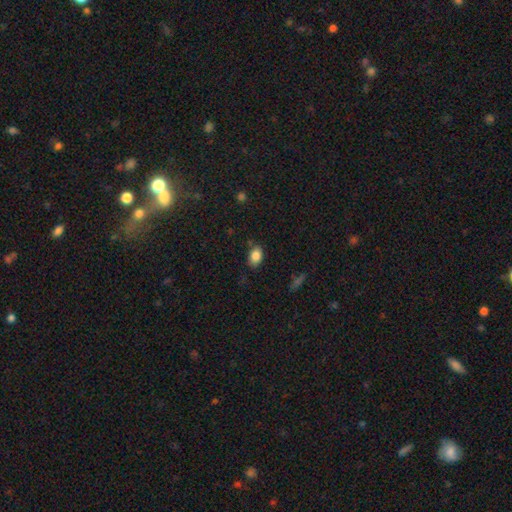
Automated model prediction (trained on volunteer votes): The model was most divided on "merging": none: 76%, minor disturbance: 18%, major disturbance: 3%, merger: 2%. More confident: smooth or featured — smooth (85%); how rounded — in between (83%).